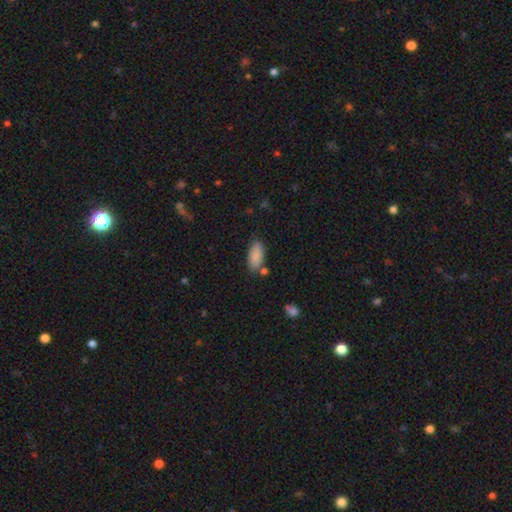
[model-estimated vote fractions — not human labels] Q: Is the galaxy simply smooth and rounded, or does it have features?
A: smooth — 88%.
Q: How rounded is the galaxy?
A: in between — 89%.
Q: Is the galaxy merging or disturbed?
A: none — 76%.